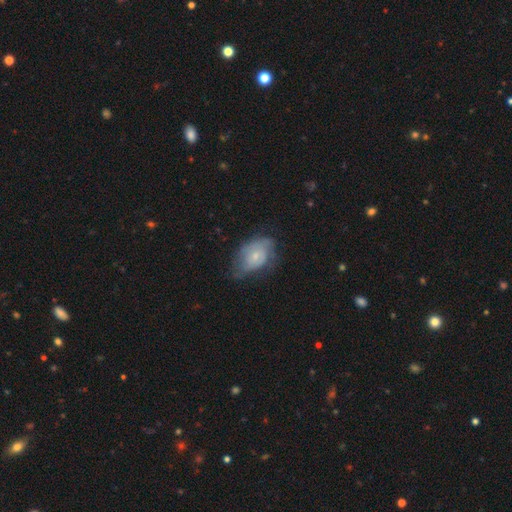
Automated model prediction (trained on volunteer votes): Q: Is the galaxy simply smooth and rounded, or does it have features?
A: smooth — 48%.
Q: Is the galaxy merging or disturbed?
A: none — 45%.